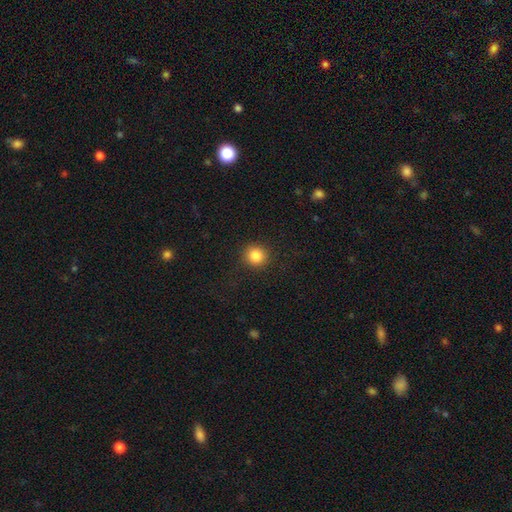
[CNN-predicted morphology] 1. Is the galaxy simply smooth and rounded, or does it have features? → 85% smooth, 10% star or artifact, 5% featured or disk.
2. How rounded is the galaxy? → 90% round, 9% in between, 1% cigar-shaped.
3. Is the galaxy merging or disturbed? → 90% none, 6% minor disturbance, 3% major disturbance, 1% merger.